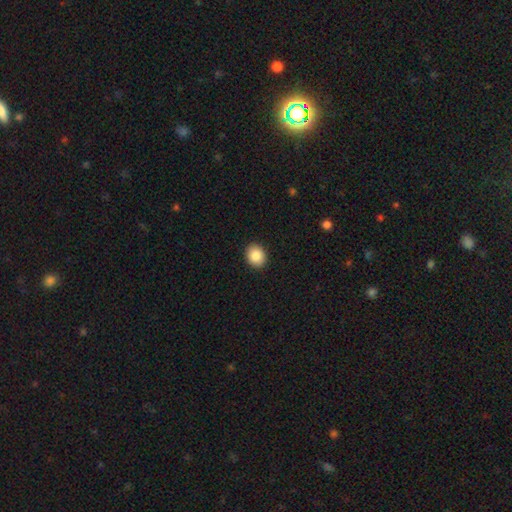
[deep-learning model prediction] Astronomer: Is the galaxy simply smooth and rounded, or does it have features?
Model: smooth — 87%.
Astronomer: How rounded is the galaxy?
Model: round — 62% (runner-up: in between, 37%).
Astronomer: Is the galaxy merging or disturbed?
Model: none — 92%.